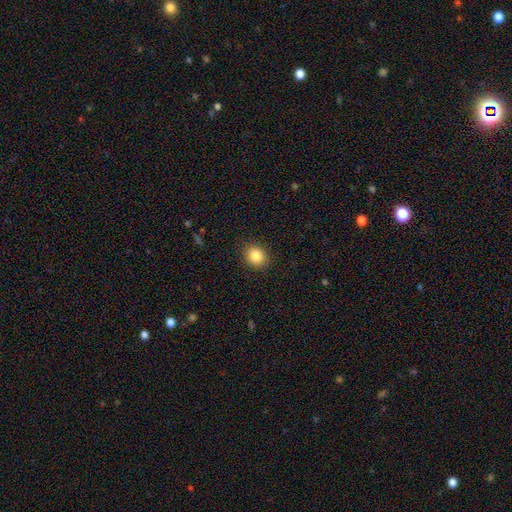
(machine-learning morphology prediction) type=smooth (85%); roundness=round (61%); merging=none (89%).